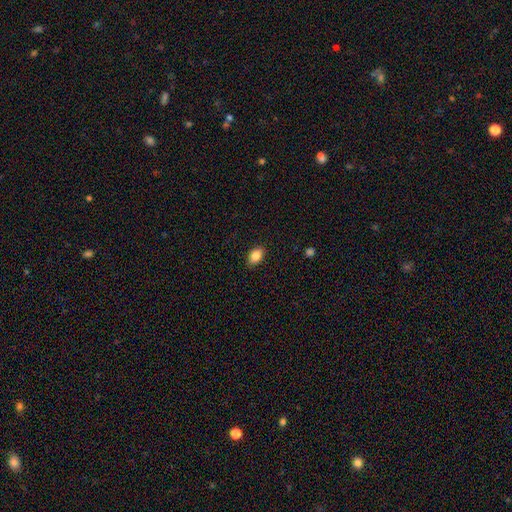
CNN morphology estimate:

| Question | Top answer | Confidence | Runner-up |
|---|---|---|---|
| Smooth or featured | smooth | 86% | star or artifact (8%) |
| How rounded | in between | 86% | round (12%) |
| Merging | none | 88% | minor disturbance (9%) |